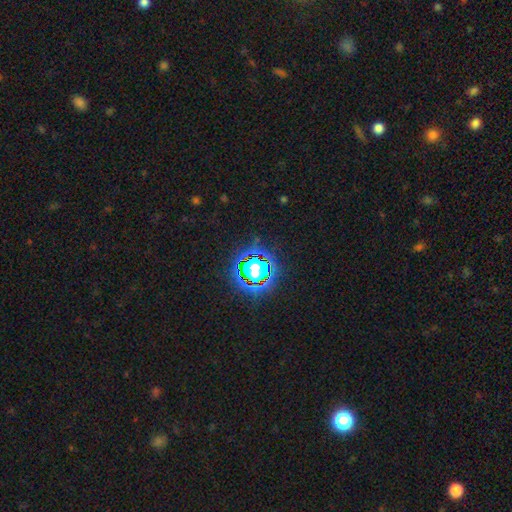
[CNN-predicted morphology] A star or artifact, not a galaxy (81%).